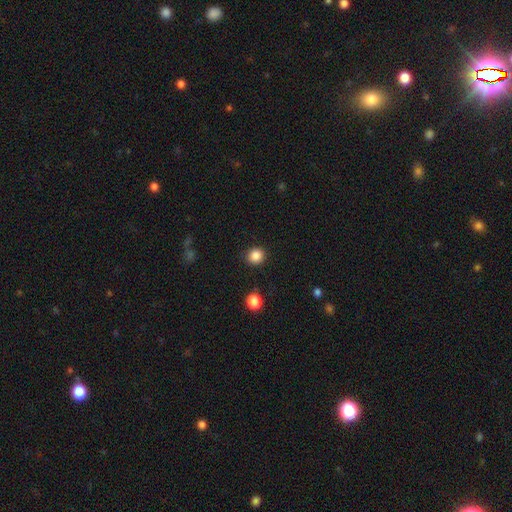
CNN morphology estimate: Smooth or featured? smooth (86%)
How rounded? round (86%)
Merging? none (90%)